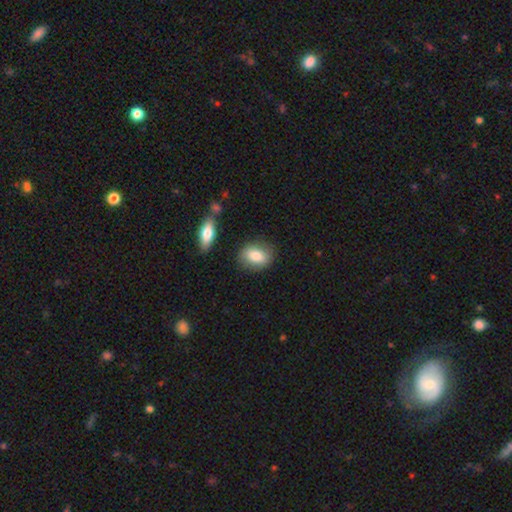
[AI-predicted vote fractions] Morphology: type=smooth (83%); roundness=in between (74%); merging=none (79%).